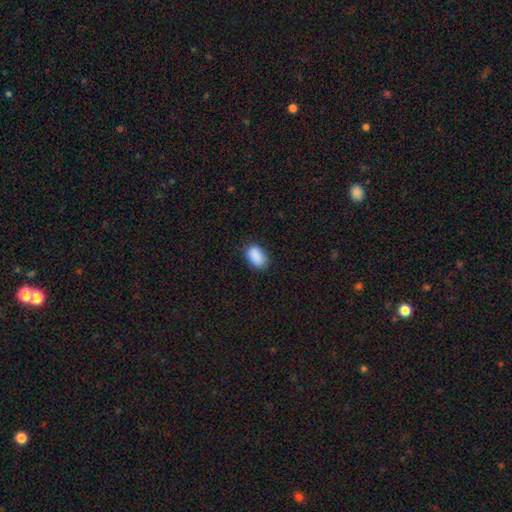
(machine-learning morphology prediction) smooth 90%, star or artifact 7%, featured or disk 3%. Down the decision tree: how rounded — in between (89%); merging — none (82%).